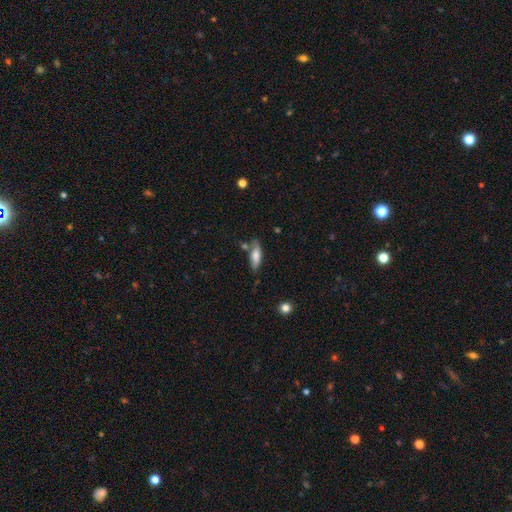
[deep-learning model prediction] smooth-or-featured: smooth: 71% | featured or disk: 23% | star or artifact: 6%
  how-rounded: in between: 50% | cigar-shaped: 48% | round: 2%
  merging: none: 71% | minor disturbance: 17% | merger: 8% | major disturbance: 4%